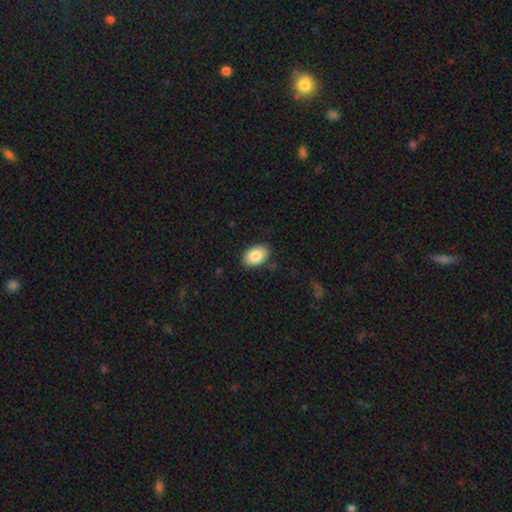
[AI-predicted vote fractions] The model was most divided on "merging": none: 87%, minor disturbance: 10%, major disturbance: 2%, merger: 1%. More confident: how rounded — in between (91%); smooth or featured — smooth (86%).